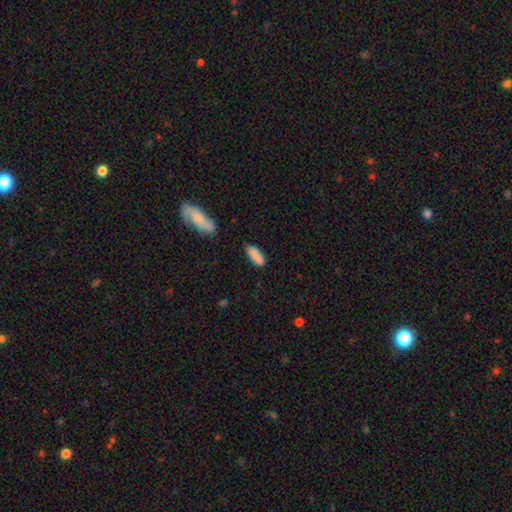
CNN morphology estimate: A smooth galaxy with no disk features (86%) that is in between round and cigar-shaped (65%). Merging: none (73%).